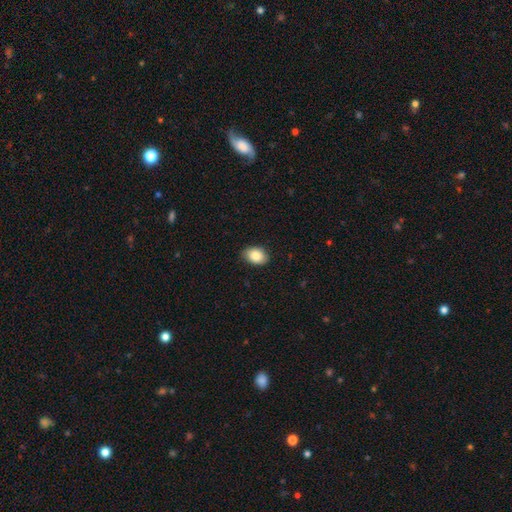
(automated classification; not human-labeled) smooth_or_featured: smooth (p=0.87) [alt: star or artifact p=0.07]
how_rounded: in between (p=0.83) [alt: round p=0.16]
merging: none (p=0.86) [alt: minor disturbance p=0.11]